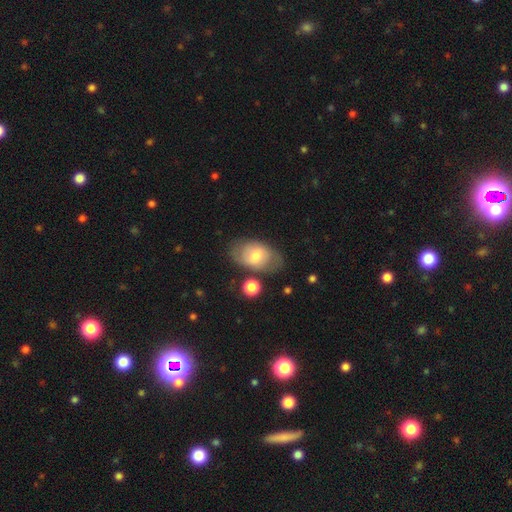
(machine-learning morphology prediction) This is possibly a smooth galaxy (56%). How rounded: clearly in between (85%). Merging: likely none (64%).